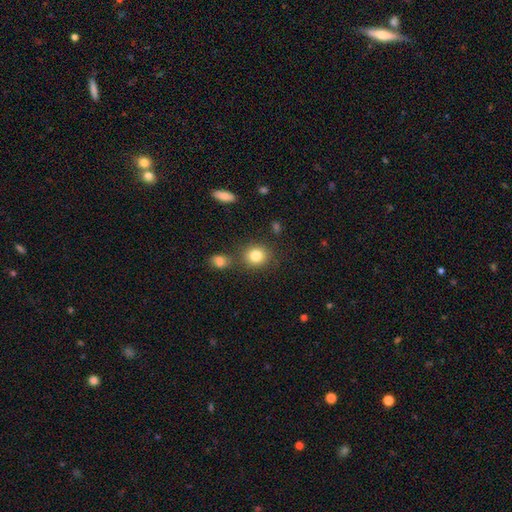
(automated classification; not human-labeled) A smooth galaxy with no disk features (83%) that is round (81%). Merging: none (74%).